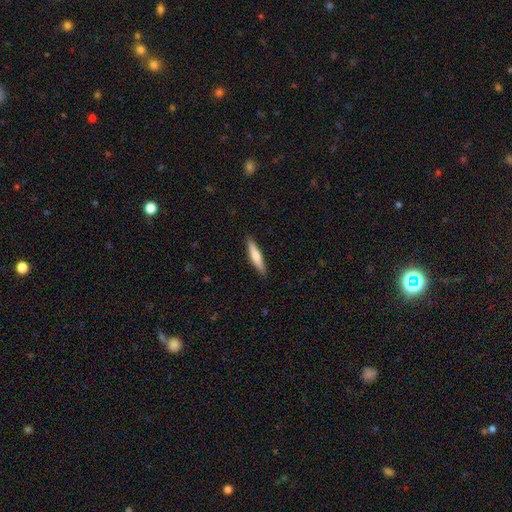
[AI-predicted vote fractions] Smooth or featured?
  - smooth: 68% *
  - featured or disk: 27%
  - star or artifact: 5%
How rounded?
  - cigar-shaped: 87% *
  - in between: 12%
  - round: 1%
Merging?
  - none: 90% *
  - minor disturbance: 7%
  - major disturbance: 2%
  - merger: 1%